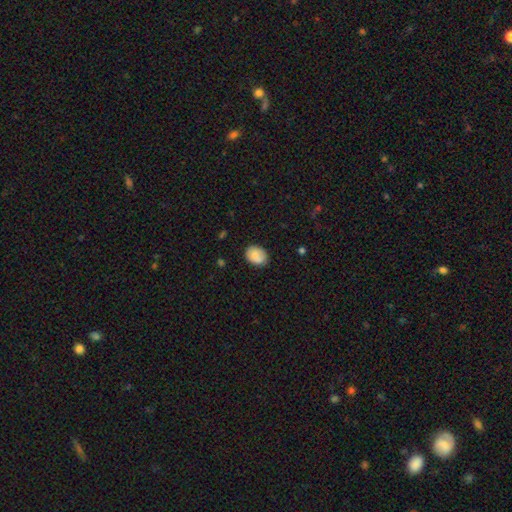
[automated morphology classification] smooth_or_featured: smooth (p=0.80) [alt: featured or disk p=0.12]
how_rounded: in between (p=0.63) [alt: round p=0.36]
merging: none (p=0.79) [alt: minor disturbance p=0.16]